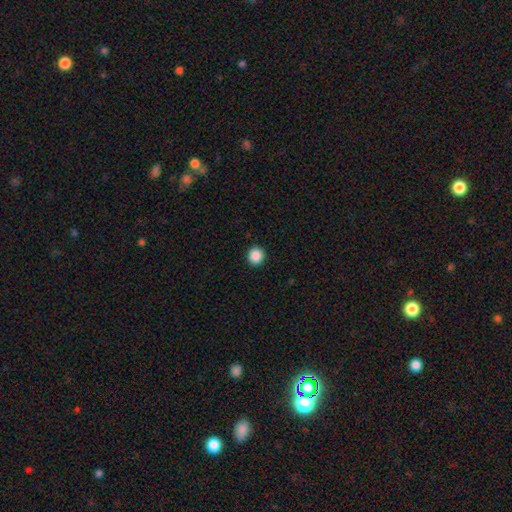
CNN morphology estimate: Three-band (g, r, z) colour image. It shows a smooth galaxy with no disk features (88%) that is round (92%). Merging: none (93%).